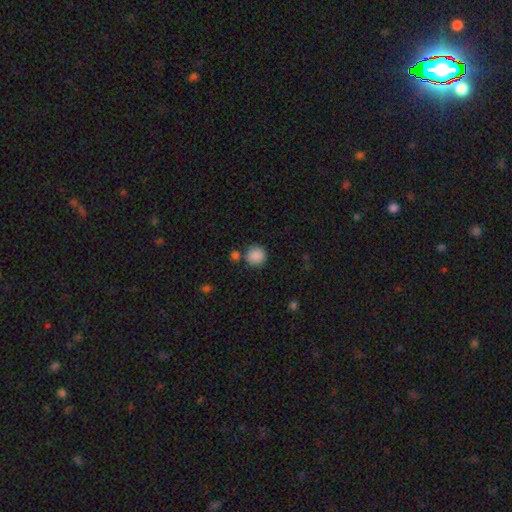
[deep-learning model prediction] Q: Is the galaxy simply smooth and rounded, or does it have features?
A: smooth — 88%.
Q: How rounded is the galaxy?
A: round — 92%.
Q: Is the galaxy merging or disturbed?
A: none — 78%.